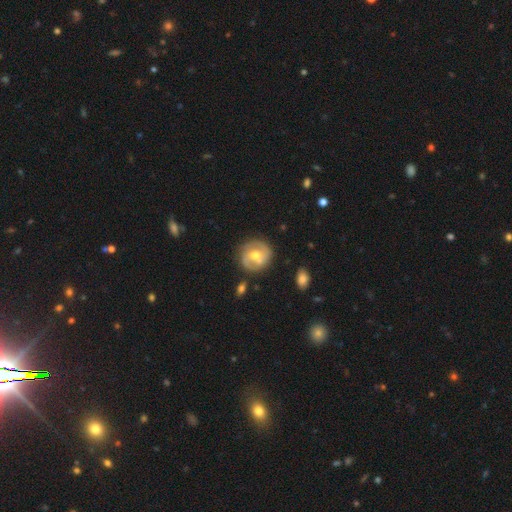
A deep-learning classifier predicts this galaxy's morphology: A featured or disk galaxy (73%) with a weak bar (43%, tied with no), 2 (82%) medium (44%) spiral arms (88%) and a moderate central bulge (71%).

Vote fractions:
- Smooth or featured? featured or disk: 73% / smooth: 21% / star or artifact: 6%
- Edge-on disk? no: 97% / yes: 3%
- Bar? weak: 43% (tied) / no: 43% (tied) / strong: 15%
- Spiral arms? yes: 88% / no: 12%
- Spiral winding? medium: 44% / tight: 39% / loose: 17%
- Spiral arm count? 2: 82% / can't tell: 9% / 3: 4% / 1: 3% / 4: 1% / more than 4: 1%
- Bulge size? moderate: 71% / small: 23% / large: 3% / none: 1% / dominant: 1%
- Merging? none: 80% / minor disturbance: 14% / major disturbance: 4% / merger: 3%